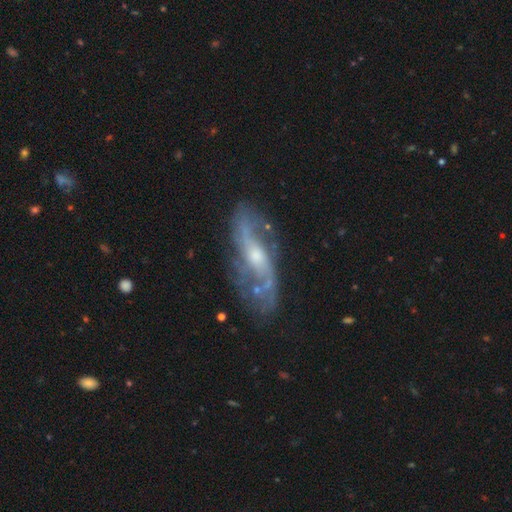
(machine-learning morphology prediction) type=featured or disk (81%); edge-on=no (84%); bar=no (44%); spiral arms=yes (86%); winding=loose (47%); arm count=2 (78%); bulge=moderate (51%); merging=none (71%).